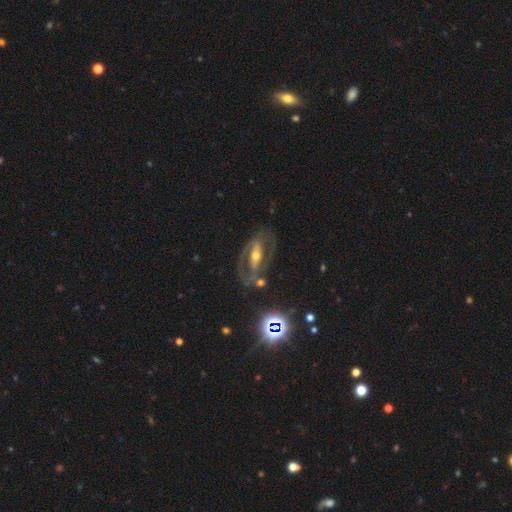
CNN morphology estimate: Smooth or featured: featured or disk — 80% (smooth — 11%)
Edge-on disk: no — 91% (yes — 9%)
Bar: strong — 53% (weak — 25%)
Spiral arms: yes — 76% (no — 24%)
Spiral winding: medium — 48% (tight — 33%)
Spiral arm count: 2 — 82% (can't tell — 9%)
Bulge size: moderate — 61% (small — 31%)
Merging: none — 66% (minor disturbance — 16%)